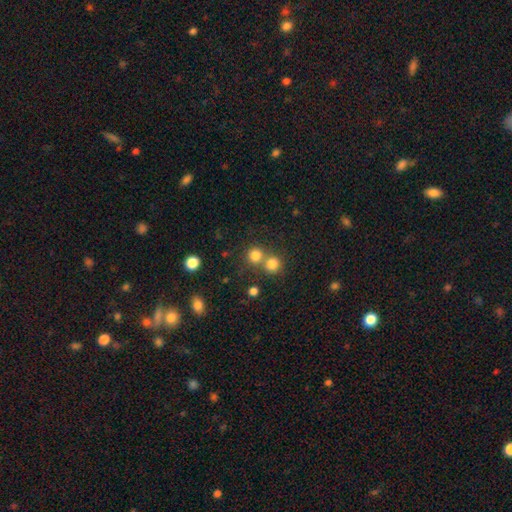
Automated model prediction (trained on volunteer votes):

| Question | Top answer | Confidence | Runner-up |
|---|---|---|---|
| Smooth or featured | smooth | 79% | star or artifact (14%) |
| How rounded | round | 88% | in between (11%) |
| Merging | none | 55% | merger (36%) |